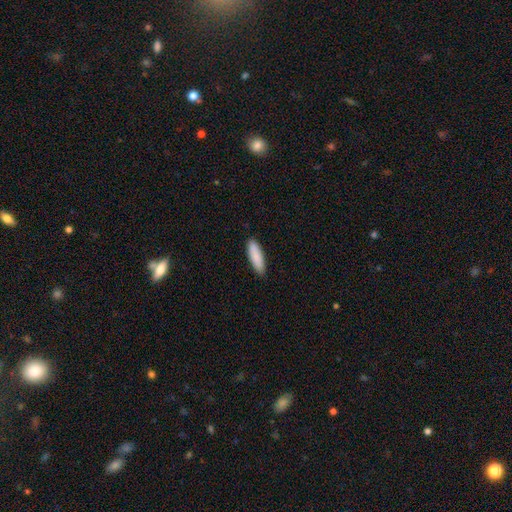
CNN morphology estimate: This appears to be a smooth galaxy with no disk features (89%) that is cigar-shaped (56%). Merging: none (88%).